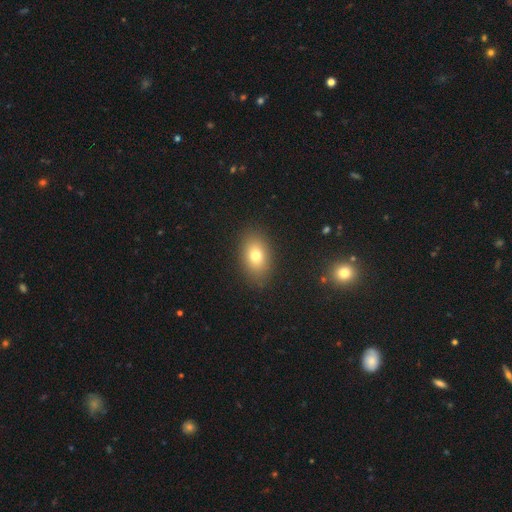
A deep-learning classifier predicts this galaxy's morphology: A smooth galaxy with no disk features (77%) that is in between round and cigar-shaped (83%).

Vote fractions:
- Smooth or featured? smooth: 77% / featured or disk: 13% / star or artifact: 11%
- How rounded? in between: 83% / round: 16% / cigar-shaped: 2%
- Merging? none: 87% / minor disturbance: 9% / major disturbance: 3% / merger: 1%